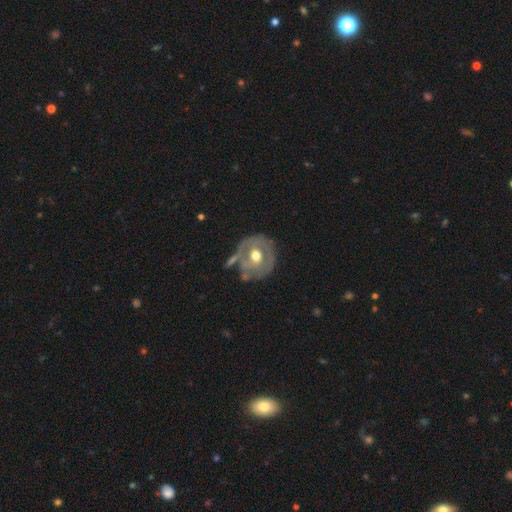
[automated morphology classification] Smooth or featured: featured or disk — 61% (smooth — 34%)
Edge-on disk: no — 95% (yes — 5%)
Bar: no — 74% (weak — 19%)
Spiral arms: no — 69% (yes — 31%)
Bulge size: moderate — 76% (large — 14%)
Merging: none — 63% (minor disturbance — 20%)